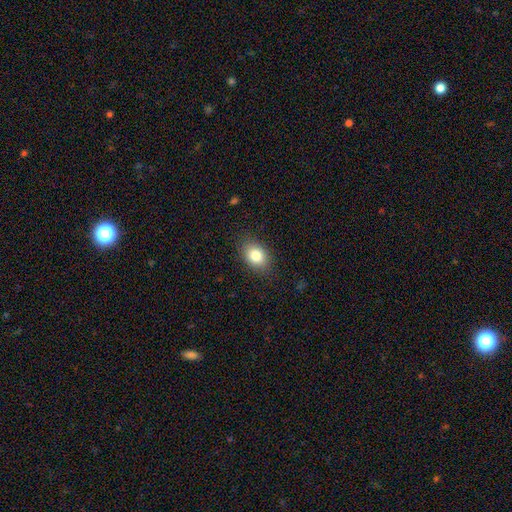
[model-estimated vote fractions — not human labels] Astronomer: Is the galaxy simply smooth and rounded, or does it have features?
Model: smooth — 83%.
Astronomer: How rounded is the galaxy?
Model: in between — 77%.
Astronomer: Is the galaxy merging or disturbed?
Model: none — 86%.